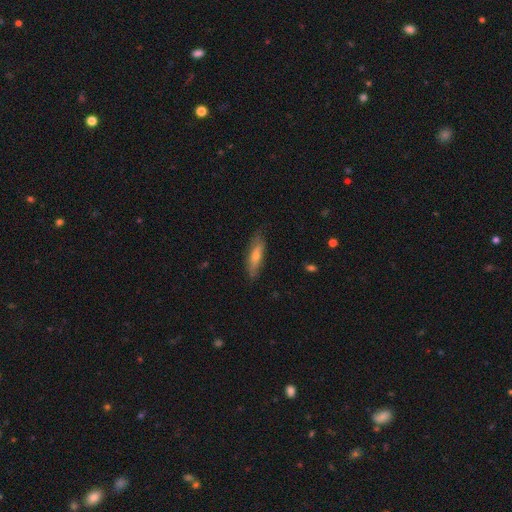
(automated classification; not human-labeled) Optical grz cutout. It shows a smooth galaxy with no disk features (55%) that is cigar-shaped (68%). Merging: none (78%).